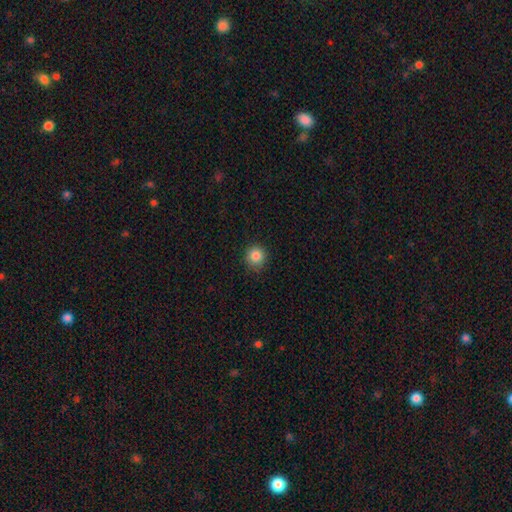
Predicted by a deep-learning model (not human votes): smooth 85%, star or artifact 11%, featured or disk 5%. Down the decision tree: how rounded — round (92%); merging — none (87%).